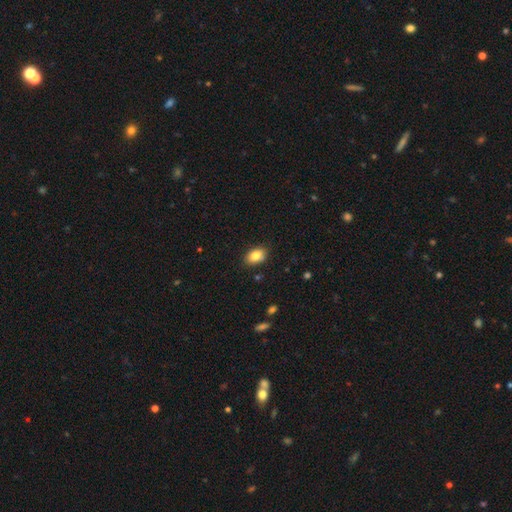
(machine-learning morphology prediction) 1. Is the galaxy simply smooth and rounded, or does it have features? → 84% smooth, 8% star or artifact, 8% featured or disk.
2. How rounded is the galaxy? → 84% in between, 15% round, 1% cigar-shaped.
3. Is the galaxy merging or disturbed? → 87% none, 10% minor disturbance, 2% major disturbance, 1% merger.